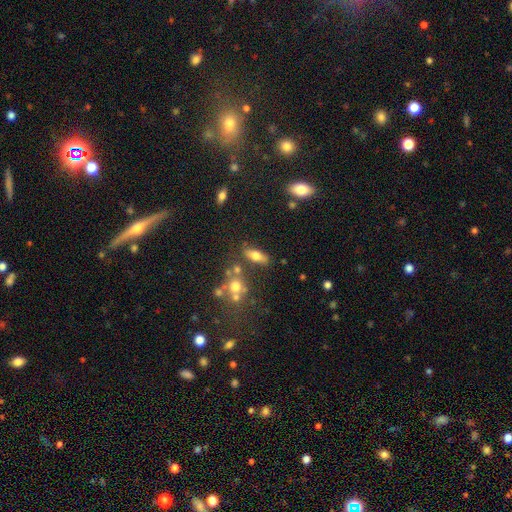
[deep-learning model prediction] Q: Smooth or featured?
A: smooth (62%); runner-up: featured or disk (27%)
Q: How rounded?
A: in between (67%); runner-up: cigar-shaped (27%)
Q: Merging?
A: none (68%); runner-up: minor disturbance (15%)